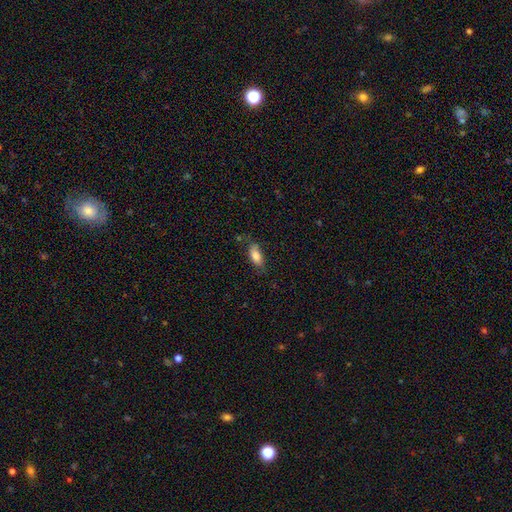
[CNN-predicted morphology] The model was most divided on "merging": none: 70%, minor disturbance: 22%, major disturbance: 6%, merger: 3%. More confident: how rounded — in between (85%); smooth or featured — smooth (80%).